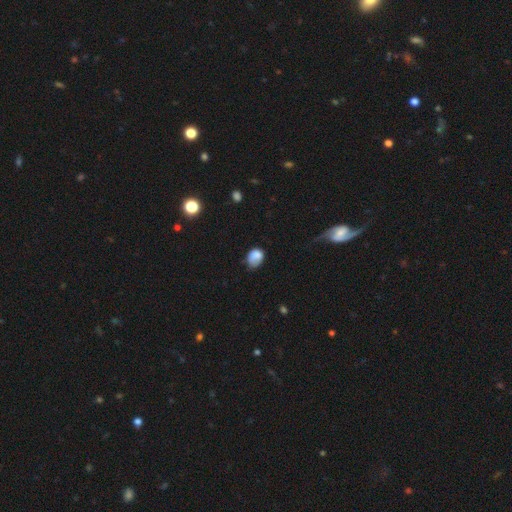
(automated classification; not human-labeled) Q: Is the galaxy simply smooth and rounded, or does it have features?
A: smooth — 80%.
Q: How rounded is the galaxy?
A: in between — 61%.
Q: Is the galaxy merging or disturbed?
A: none — 42%.